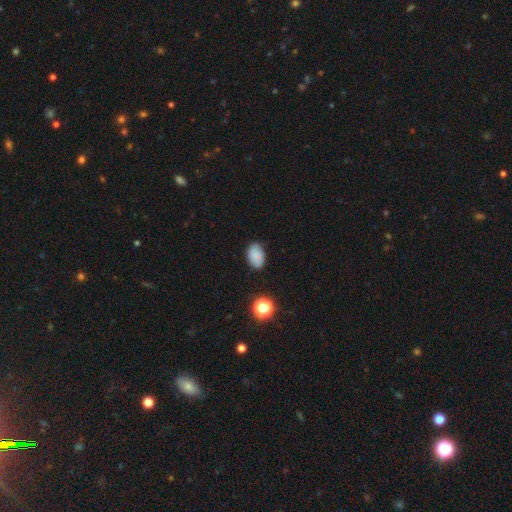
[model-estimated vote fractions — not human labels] The model was most divided on "merging": none: 80%, minor disturbance: 15%, major disturbance: 3%, merger: 2%. More confident: how rounded — in between (86%); smooth or featured — smooth (84%).